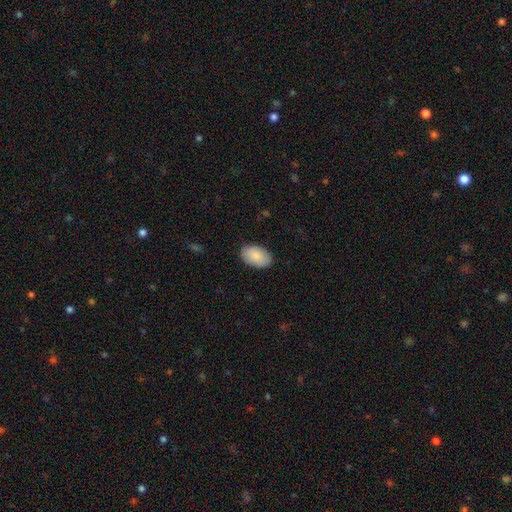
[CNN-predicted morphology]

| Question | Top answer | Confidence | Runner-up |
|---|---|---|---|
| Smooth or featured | smooth | 87% | featured or disk (7%) |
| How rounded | in between | 93% | round (6%) |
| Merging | none | 86% | minor disturbance (11%) |